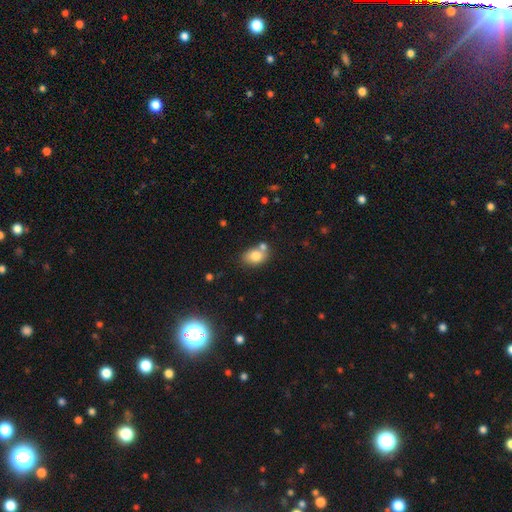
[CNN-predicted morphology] A smooth galaxy with no disk features (80%) that is in between round and cigar-shaped (75%). Merging: none (56%).